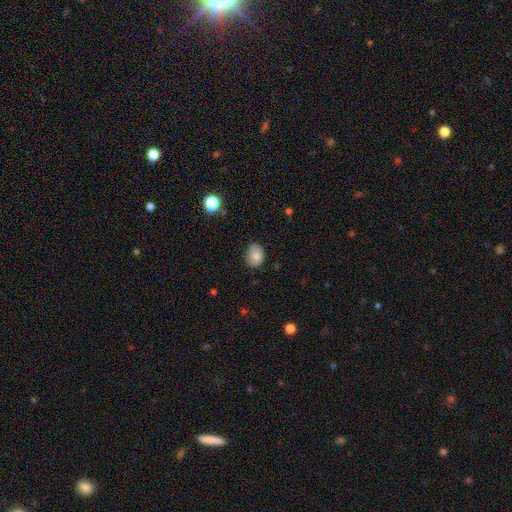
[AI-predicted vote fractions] The model was most divided on "how rounded": in between: 54%, round: 45%, cigar-shaped: 1%. More confident: smooth or featured — smooth (82%); merging — none (76%).